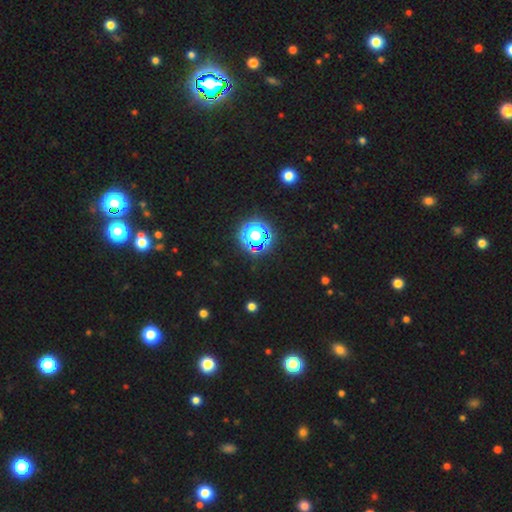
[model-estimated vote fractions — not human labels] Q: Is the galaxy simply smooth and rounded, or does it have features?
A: star or artifact — 72%.